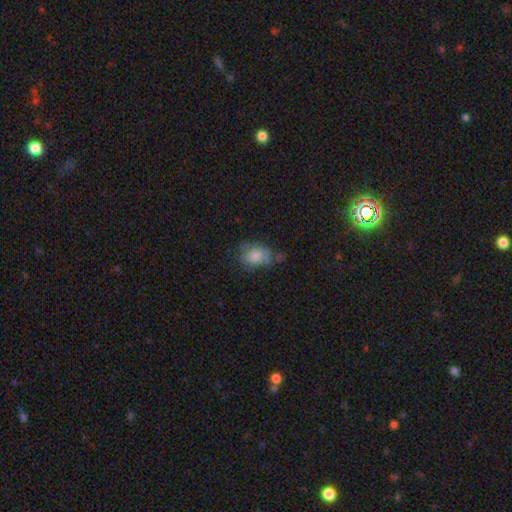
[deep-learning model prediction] A smooth galaxy with no disk features (67%) that is in between round and cigar-shaped (71%). Merging: none (43%).